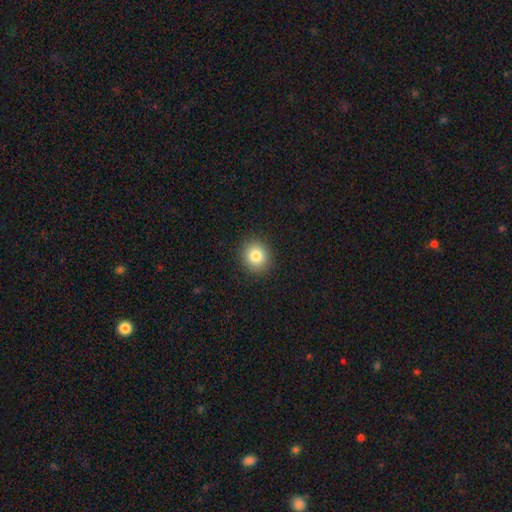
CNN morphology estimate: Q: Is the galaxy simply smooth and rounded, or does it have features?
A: smooth — 83%.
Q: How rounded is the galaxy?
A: round — 85%.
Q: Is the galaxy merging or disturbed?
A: none — 91%.